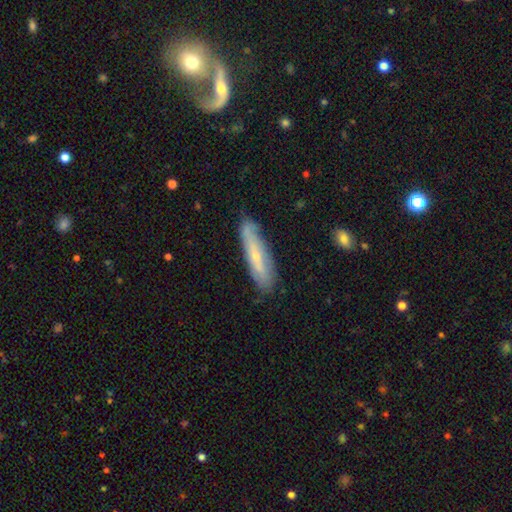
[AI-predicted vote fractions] Q: Smooth or featured?
A: featured or disk (50%); runner-up: smooth (43%)
Q: Merging?
A: none (77%); runner-up: minor disturbance (18%)